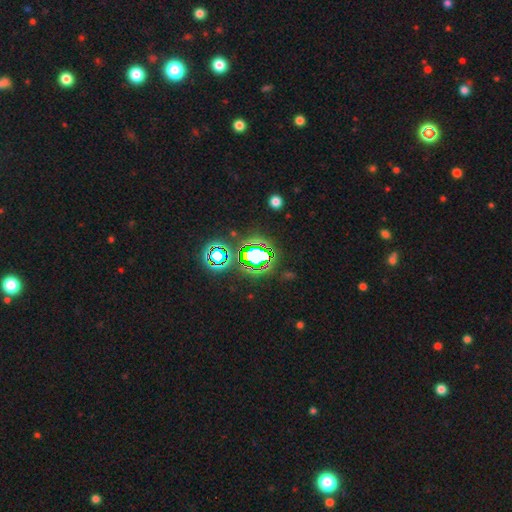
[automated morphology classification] type=star or artifact (68%).